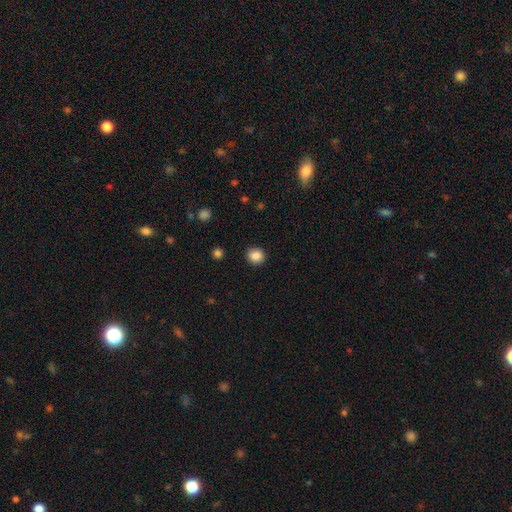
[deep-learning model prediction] Smooth or featured?
  - smooth: 86% *
  - star or artifact: 10%
  - featured or disk: 4%
How rounded?
  - round: 88% *
  - in between: 11%
  - cigar-shaped: 1%
Merging?
  - none: 92% *
  - minor disturbance: 5%
  - major disturbance: 2%
  - merger: 1%